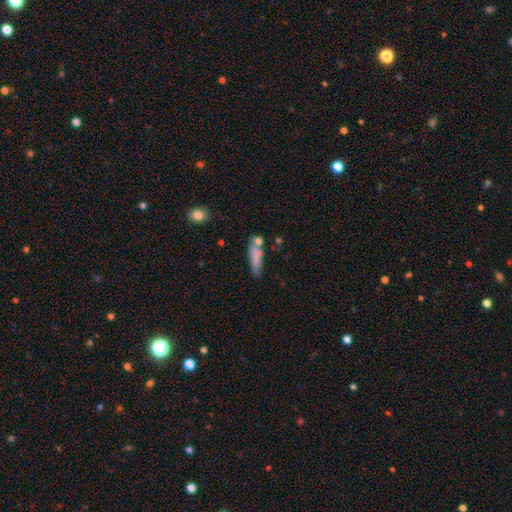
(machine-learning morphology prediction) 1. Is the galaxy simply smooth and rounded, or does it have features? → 76% smooth, 15% featured or disk, 9% star or artifact.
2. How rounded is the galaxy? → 63% cigar-shaped, 34% in between, 3% round.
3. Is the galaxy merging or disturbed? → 54% none, 22% minor disturbance, 15% merger, 9% major disturbance.